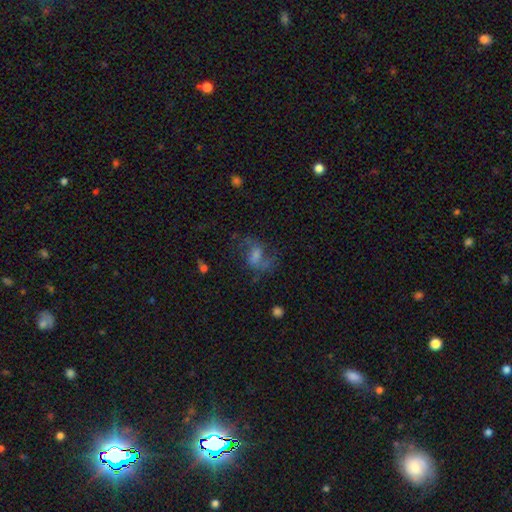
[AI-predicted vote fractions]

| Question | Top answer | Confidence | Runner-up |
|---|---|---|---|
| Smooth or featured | featured or disk | 53% | smooth (31%) |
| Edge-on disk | no | 96% | yes (4%) |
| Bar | weak | 45% | no (37%) |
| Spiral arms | yes | 76% | no (24%) |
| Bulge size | moderate | 30% | none (29%) |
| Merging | none | 48% | major disturbance (29%) |